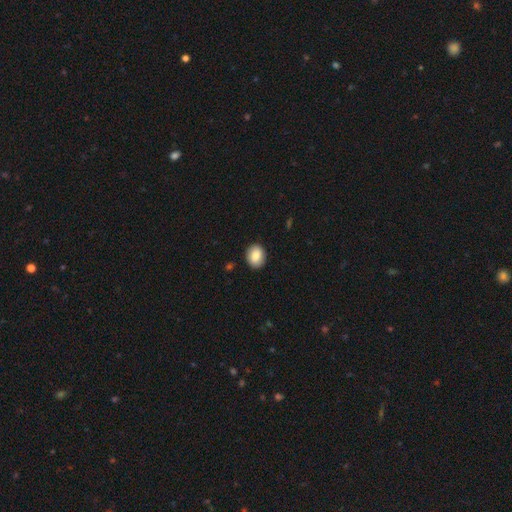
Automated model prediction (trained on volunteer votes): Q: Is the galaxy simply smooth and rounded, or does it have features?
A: smooth — 85%.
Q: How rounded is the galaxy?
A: round — 51%.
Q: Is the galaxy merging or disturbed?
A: none — 90%.